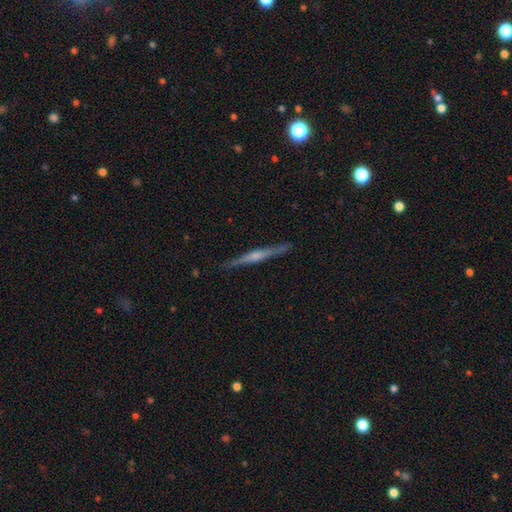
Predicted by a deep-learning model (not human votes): smooth-or-featured: featured or disk: 76% | smooth: 16% | star or artifact: 7%
  disk-edge-on: yes: 98% | no: 2%
    edge-on-bulge: rounded: 78% | none: 14% | boxy: 8%
  merging: none: 90% | minor disturbance: 7% | major disturbance: 2% | merger: 1%